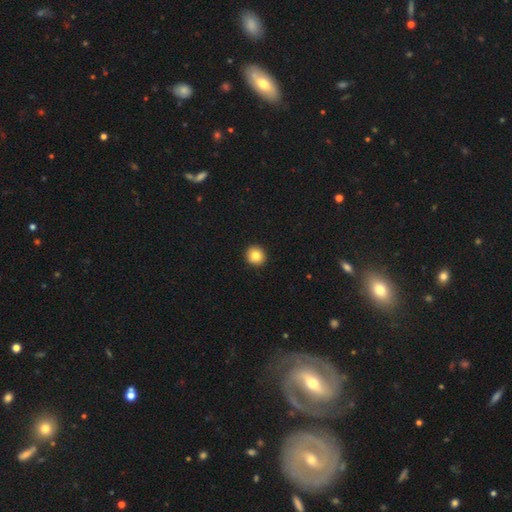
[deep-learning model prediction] Morphology: type=smooth (83%); roundness=round (92%); merging=none (93%).